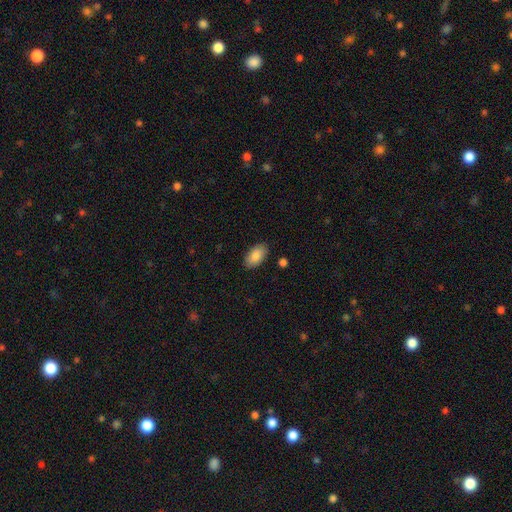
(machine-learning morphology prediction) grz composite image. It shows a smooth galaxy with no disk features (87%) that is in between round and cigar-shaped (95%). Merging: none (86%).